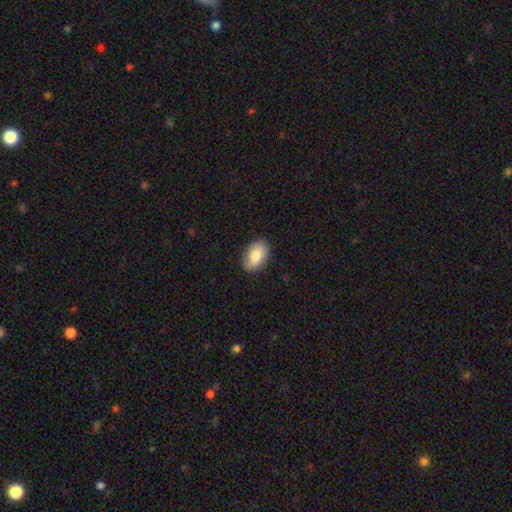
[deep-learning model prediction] smooth 81%, featured or disk 12%, star or artifact 7%. Down the decision tree: how rounded — in between (90%); merging — none (85%).